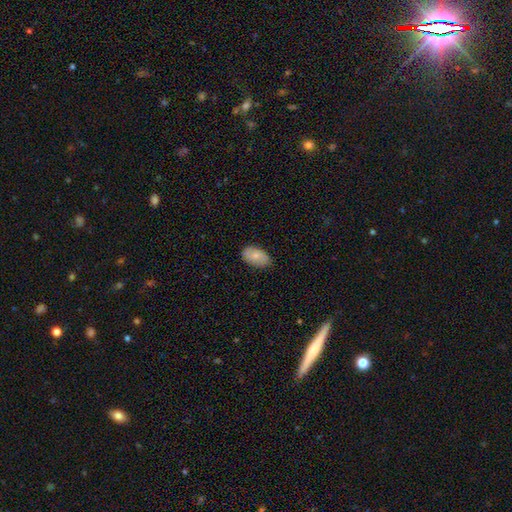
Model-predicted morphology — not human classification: This is likely a smooth galaxy (67%). How rounded: clearly in between (92%). Merging: clearly none (81%).